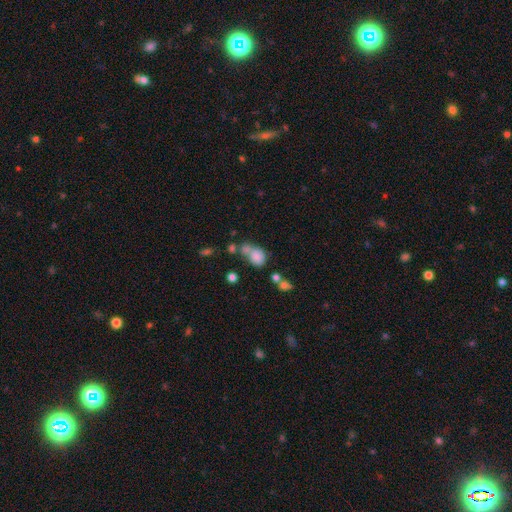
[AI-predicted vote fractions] Smooth or featured?
  - smooth: 76% *
  - featured or disk: 12%
  - star or artifact: 12%
How rounded?
  - in between: 57% *
  - round: 41%
  - cigar-shaped: 2%
Merging?
  - merger: 45% *
  - none: 32%
  - minor disturbance: 14%
  - major disturbance: 9%